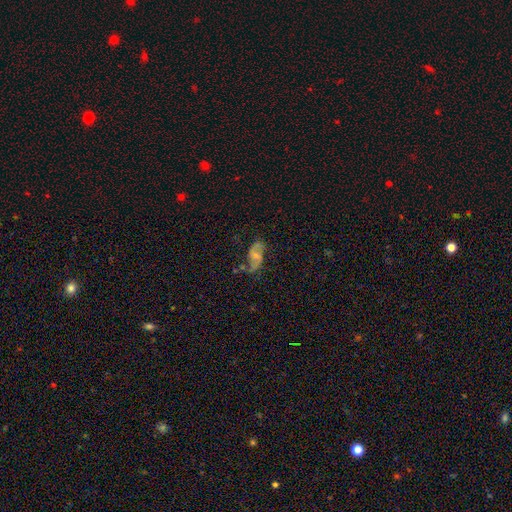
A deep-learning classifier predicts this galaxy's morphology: The model was most divided on "bar": no: 48%, weak: 41%, strong: 11%. More confident: edge-on disk — no (96%); spiral arms — yes (90%); spiral arm count — 2 (90%); smooth or featured — featured or disk (74%); spiral winding — loose (60%); merging — none (59%); bulge size — small (53%).